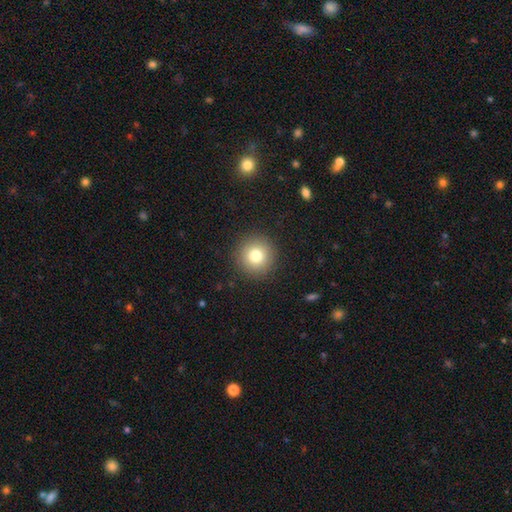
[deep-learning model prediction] Smooth or featured?
  - smooth: 79% *
  - star or artifact: 11%
  - featured or disk: 10%
How rounded?
  - round: 95% *
  - in between: 4%
  - cigar-shaped: 1%
Merging?
  - none: 91% *
  - minor disturbance: 6%
  - major disturbance: 2%
  - merger: 1%